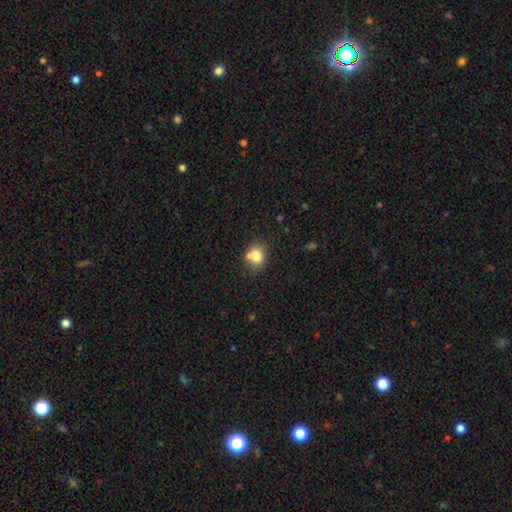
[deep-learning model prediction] Smooth or featured: smooth — 77% (featured or disk — 13%)
How rounded: round — 65% (in between — 34%)
Merging: none — 55% (merger — 26%)